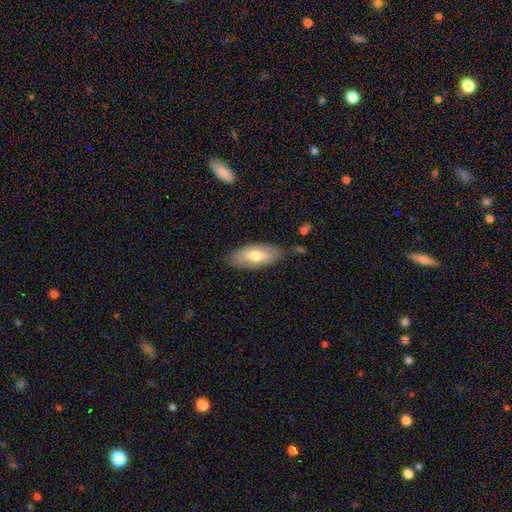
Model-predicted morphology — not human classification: Overall: smooth (65%; featured or disk 29%). How rounded: in between (86%). Merging: none (78%).